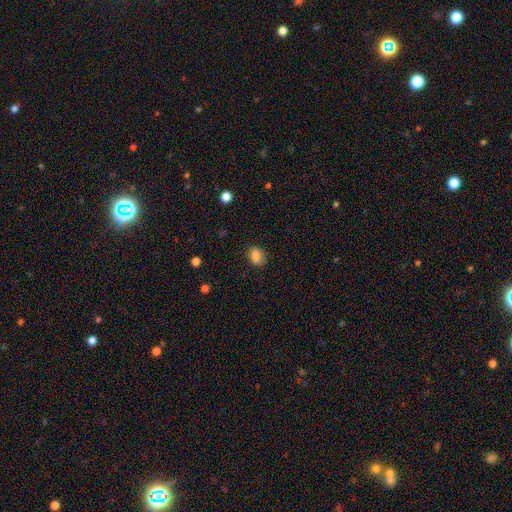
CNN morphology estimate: A smooth galaxy with no disk features (83%) that is in between round and cigar-shaped (63%).

Vote fractions:
- Smooth or featured? smooth: 83% / star or artifact: 10% / featured or disk: 8%
- How rounded? in between: 63% / round: 35% / cigar-shaped: 1%
- Merging? none: 79% / minor disturbance: 16% / major disturbance: 4% / merger: 1%